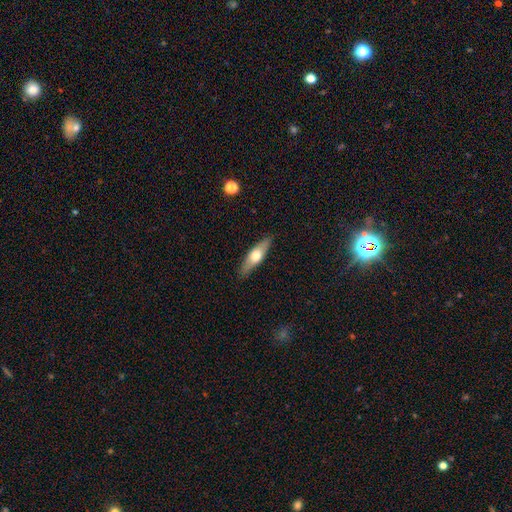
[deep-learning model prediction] A smooth galaxy with no disk features (49%). Merging: none (88%).